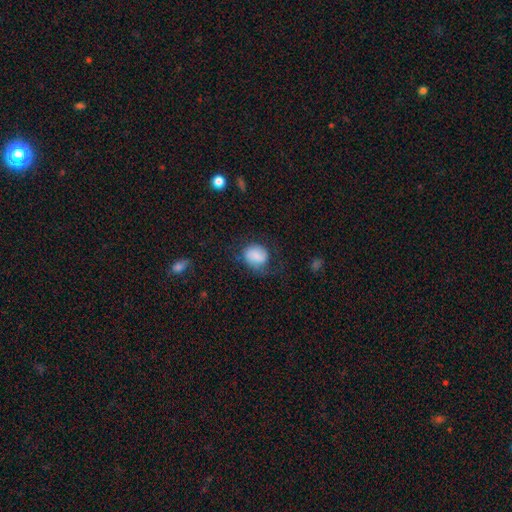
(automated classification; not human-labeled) A smooth galaxy with no disk features (77%) that is round (60%).

Vote fractions:
- Smooth or featured? smooth: 77% / featured or disk: 15% / star or artifact: 8%
- How rounded? round: 60% / in between: 39% / cigar-shaped: 1%
- Merging? none: 55% / minor disturbance: 24% / major disturbance: 20% / merger: 2%